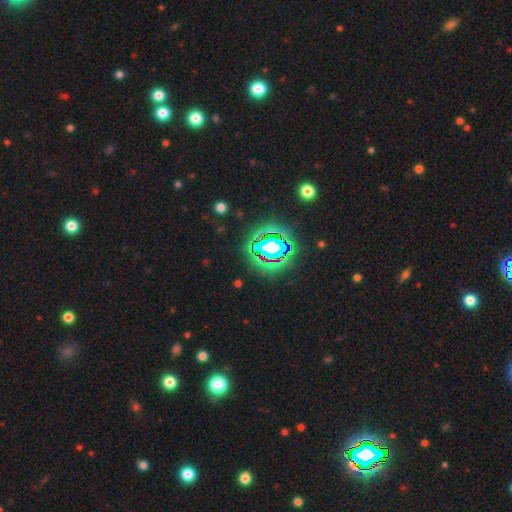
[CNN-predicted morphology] type=star or artifact (84%).